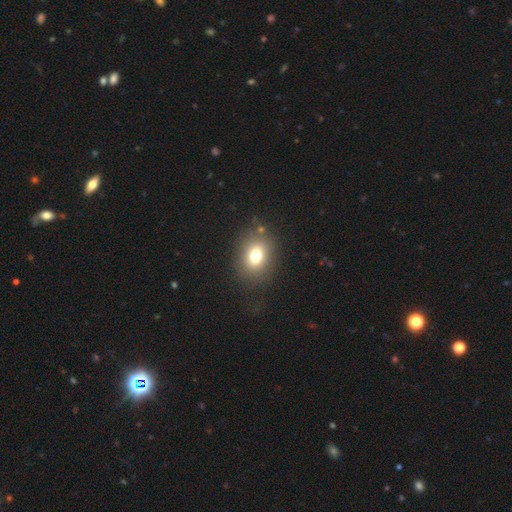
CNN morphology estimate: Q: Smooth or featured?
A: smooth (75%); runner-up: star or artifact (13%)
Q: How rounded?
A: in between (52%); runner-up: round (47%)
Q: Merging?
A: none (81%); runner-up: minor disturbance (11%)